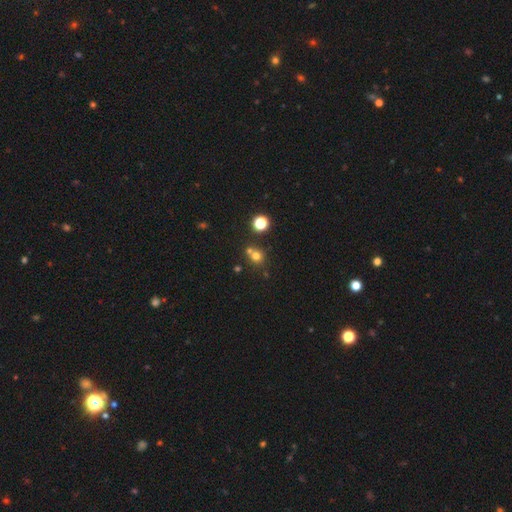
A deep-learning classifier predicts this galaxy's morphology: Q: Smooth or featured?
A: smooth (68%); runner-up: star or artifact (22%)
Q: How rounded?
A: round (88%); runner-up: in between (11%)
Q: Merging?
A: none (60%); runner-up: merger (30%)